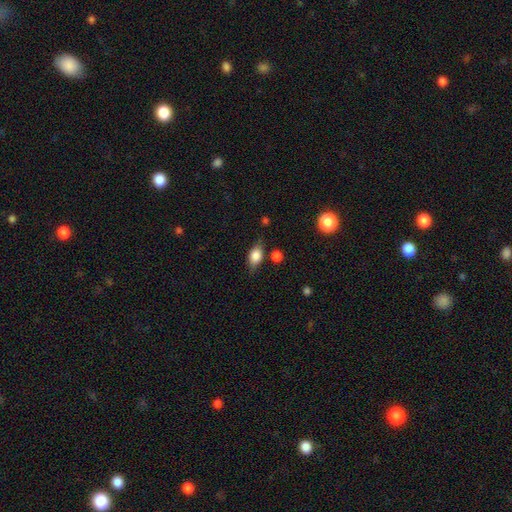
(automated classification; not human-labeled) Smooth or featured? smooth (75%)
How rounded? in between (77%)
Merging? none (68%)